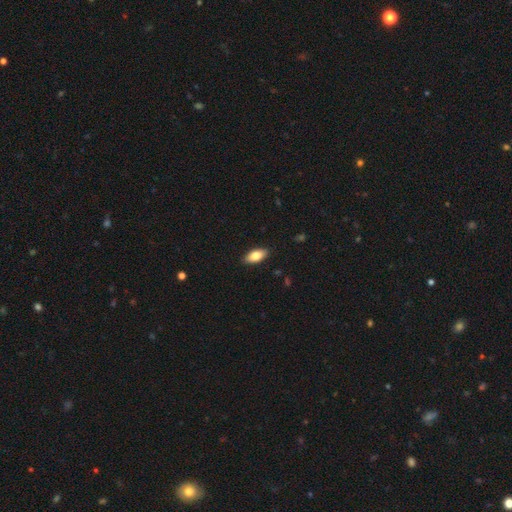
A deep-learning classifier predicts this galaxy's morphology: A smooth galaxy with no disk features (80%) that is in between round and cigar-shaped (89%).

Vote fractions:
- Smooth or featured? smooth: 80% / featured or disk: 13% / star or artifact: 6%
- How rounded? in between: 89% / cigar-shaped: 8% / round: 2%
- Merging? none: 89% / minor disturbance: 9% / major disturbance: 2% / merger: 1%